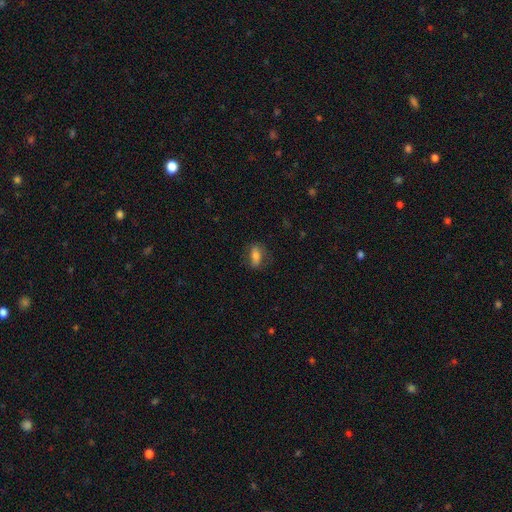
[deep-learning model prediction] A smooth galaxy with no disk features (73%) that is in between round and cigar-shaped (78%).

Vote fractions:
- Smooth or featured? smooth: 73% / featured or disk: 18% / star or artifact: 9%
- How rounded? in between: 78% / cigar-shaped: 15% / round: 7%
- Merging? none: 74% / minor disturbance: 17% / major disturbance: 7% / merger: 1%